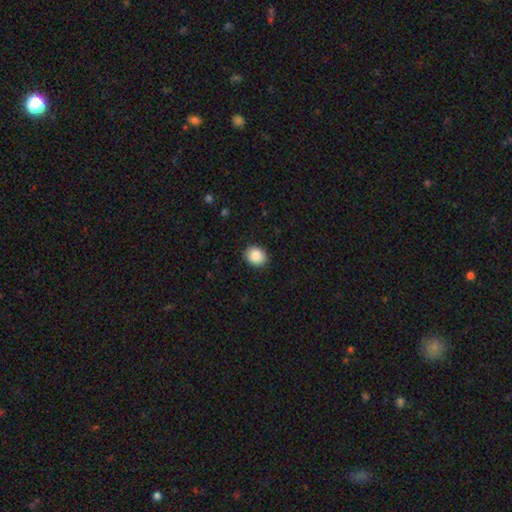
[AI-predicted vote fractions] Overall: smooth (87%). How rounded: round (54%; in between 45%). Merging: none (89%).